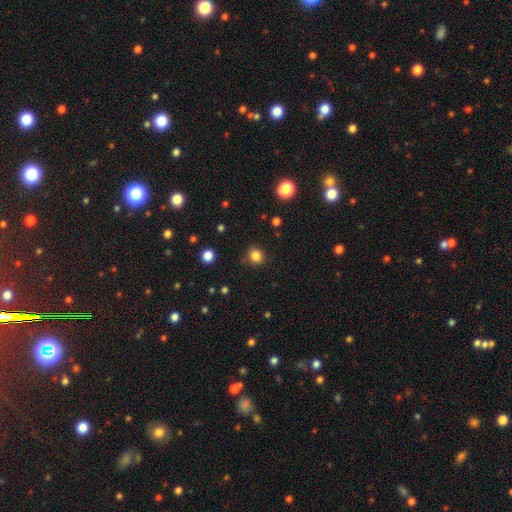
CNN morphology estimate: Smooth or featured: smooth — 83% (star or artifact — 13%)
How rounded: round — 82% (in between — 17%)
Merging: none — 85% (minor disturbance — 10%)